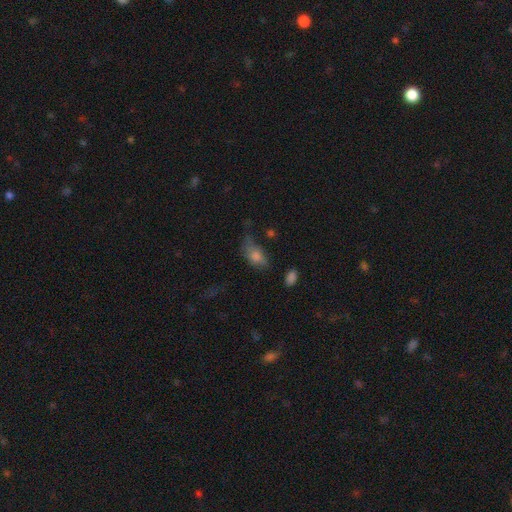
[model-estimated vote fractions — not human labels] A smooth galaxy with no disk features (64%) that is in between round and cigar-shaped (83%).

Vote fractions:
- Smooth or featured? smooth: 64% / featured or disk: 23% / star or artifact: 13%
- How rounded? in between: 83% / round: 9% / cigar-shaped: 7%
- Merging? minor disturbance: 33% / none: 32% / major disturbance: 30% / merger: 5%